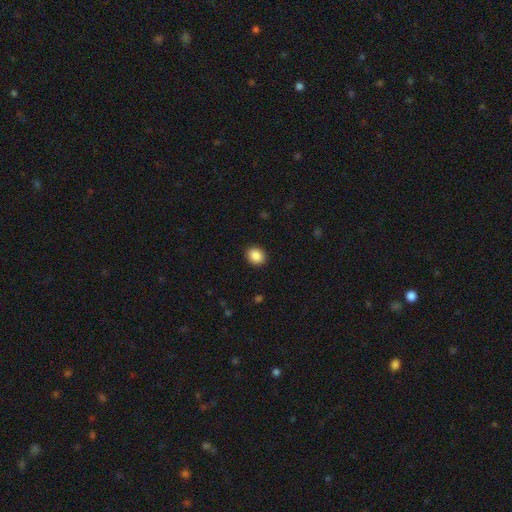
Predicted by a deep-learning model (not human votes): A smooth galaxy with no disk features (88%) that is round (67%).

Vote fractions:
- Smooth or featured? smooth: 88% / star or artifact: 9% / featured or disk: 3%
- How rounded? round: 67% / in between: 32% / cigar-shaped: 1%
- Merging? none: 91% / minor disturbance: 6% / major disturbance: 2% / merger: 1%